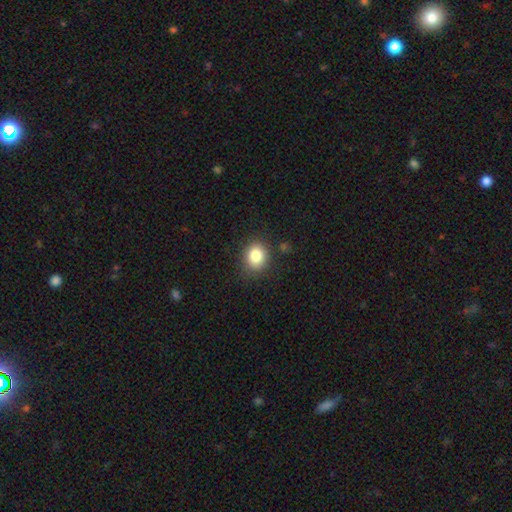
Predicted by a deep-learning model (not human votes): Smooth or featured?
  - smooth: 84% *
  - star or artifact: 10%
  - featured or disk: 6%
How rounded?
  - round: 67% *
  - in between: 32%
  - cigar-shaped: 1%
Merging?
  - none: 83% *
  - minor disturbance: 11%
  - major disturbance: 3%
  - merger: 2%